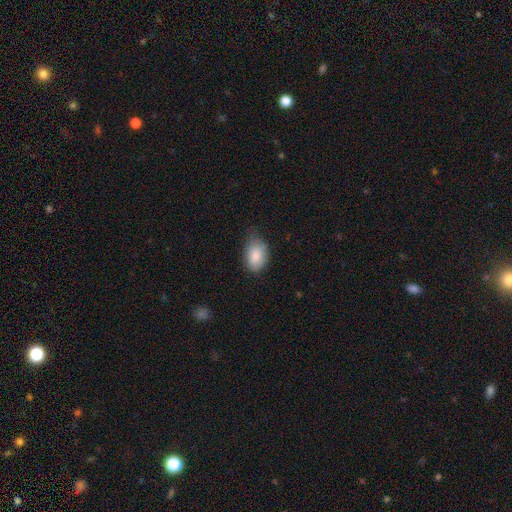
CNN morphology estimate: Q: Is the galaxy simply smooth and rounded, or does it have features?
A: smooth — 85%.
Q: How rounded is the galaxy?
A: in between — 87%.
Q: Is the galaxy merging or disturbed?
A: none — 51%.